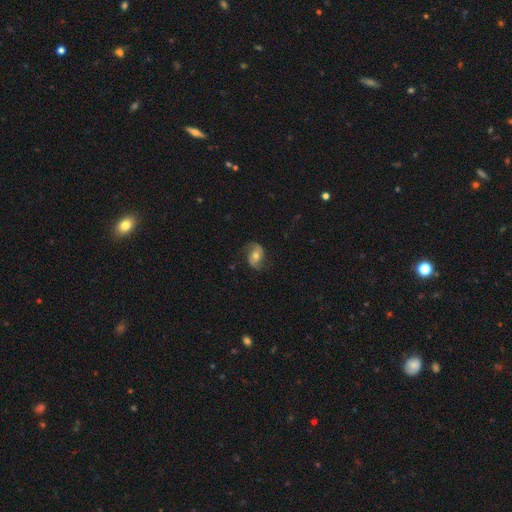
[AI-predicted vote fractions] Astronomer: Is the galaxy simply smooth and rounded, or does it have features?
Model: featured or disk — 59%.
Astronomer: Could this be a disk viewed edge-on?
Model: no — 96%.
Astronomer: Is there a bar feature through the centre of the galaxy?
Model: no — 49% (runner-up: weak, 34%).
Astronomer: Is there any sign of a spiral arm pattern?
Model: yes — 86%.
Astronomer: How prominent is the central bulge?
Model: moderate — 65%.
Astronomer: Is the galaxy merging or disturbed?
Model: none — 71%.